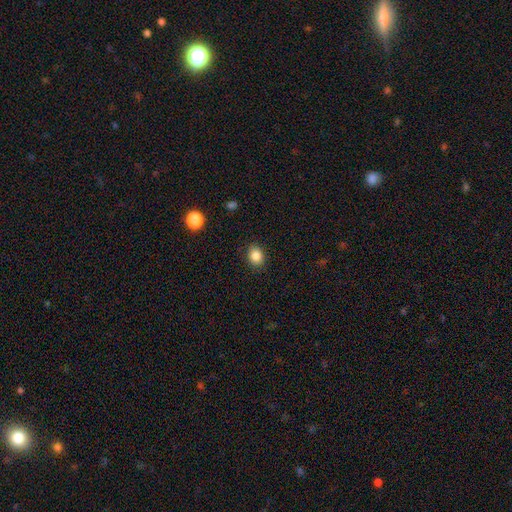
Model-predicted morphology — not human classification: Q: Smooth or featured?
A: smooth (85%); runner-up: star or artifact (10%)
Q: How rounded?
A: round (51%); runner-up: in between (48%)
Q: Merging?
A: none (88%); runner-up: minor disturbance (9%)